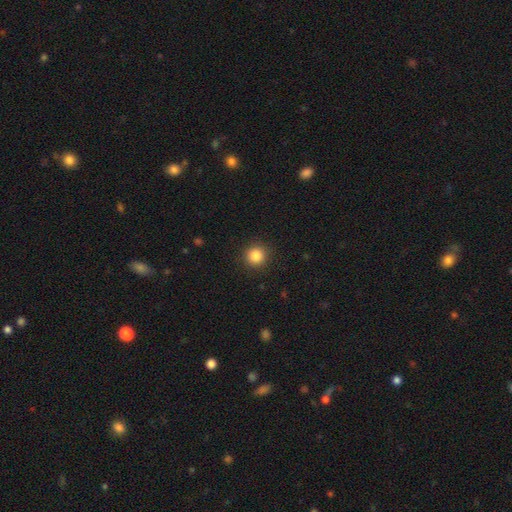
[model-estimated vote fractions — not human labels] A smooth galaxy with no disk features (84%) that is round (93%).

Vote fractions:
- Smooth or featured? smooth: 84% / star or artifact: 11% / featured or disk: 5%
- How rounded? round: 93% / in between: 6% / cigar-shaped: 1%
- Merging? none: 91% / minor disturbance: 6% / major disturbance: 2% / merger: 1%